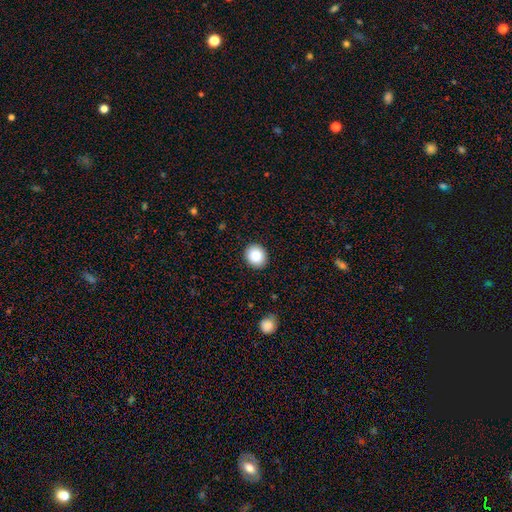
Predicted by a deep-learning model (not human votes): smooth_or_featured: smooth (p=0.89) [alt: star or artifact p=0.08]
how_rounded: round (p=0.72) [alt: in between p=0.27]
merging: none (p=0.90) [alt: minor disturbance p=0.07]